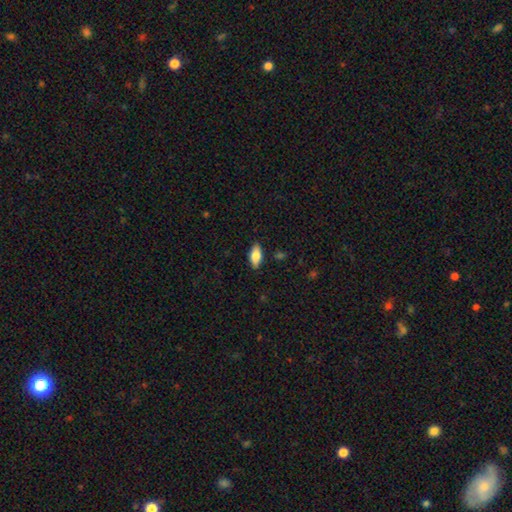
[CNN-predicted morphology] smooth_or_featured: smooth (p=0.79) [alt: featured or disk p=0.15]
how_rounded: in between (p=0.85) [alt: cigar-shaped p=0.12]
merging: none (p=0.86) [alt: minor disturbance p=0.10]